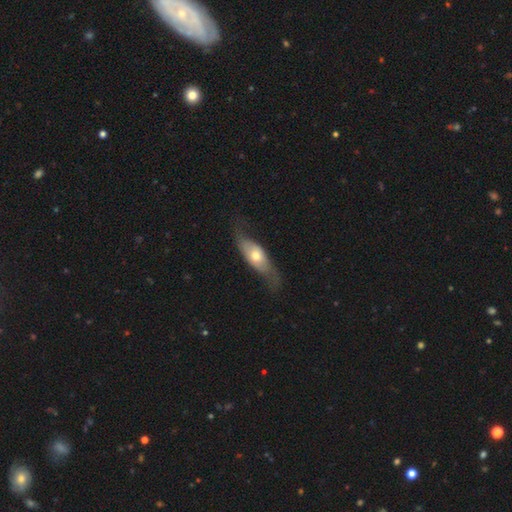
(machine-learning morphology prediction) featured or disk 52%, smooth 42%, star or artifact 6%. Down the decision tree: edge-on disk — no (68%); merging — none (58%).